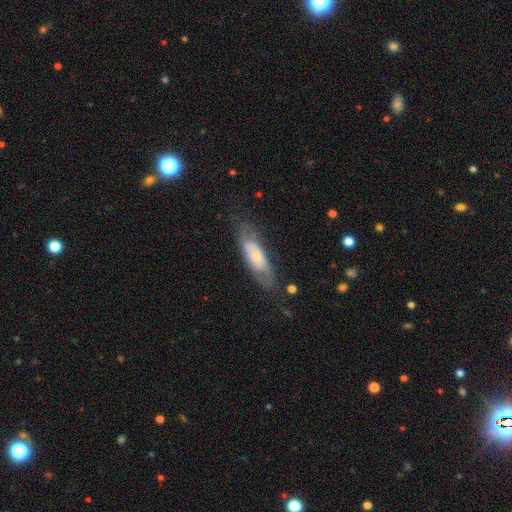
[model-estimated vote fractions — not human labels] Smooth or featured: featured or disk — 51% (smooth — 42%)
Edge-on disk: no — 76% (yes — 24%)
Merging: none — 62% (minor disturbance — 24%)